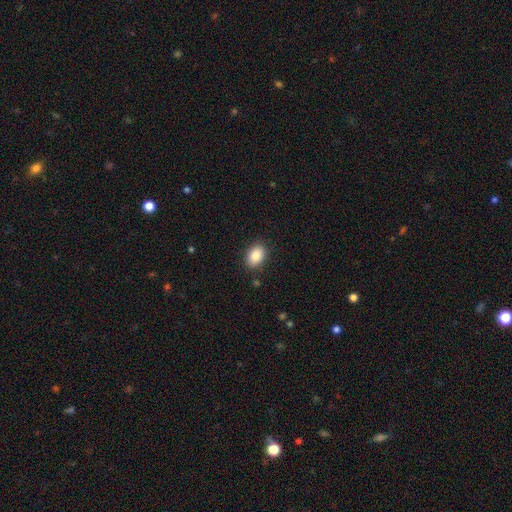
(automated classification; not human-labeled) smooth-or-featured: smooth: 88% | star or artifact: 8% | featured or disk: 4%
  how-rounded: in between: 80% | round: 19% | cigar-shaped: 1%
  merging: none: 87% | minor disturbance: 9% | major disturbance: 2% | merger: 1%